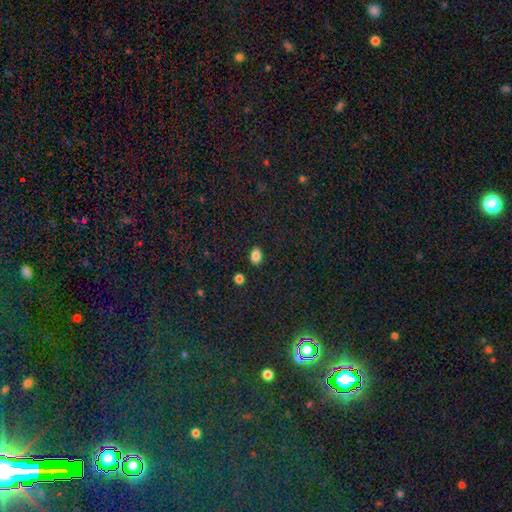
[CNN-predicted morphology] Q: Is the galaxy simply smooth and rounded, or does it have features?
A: smooth — 84%.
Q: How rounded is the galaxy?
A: in between — 81%.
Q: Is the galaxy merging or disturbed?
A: none — 87%.